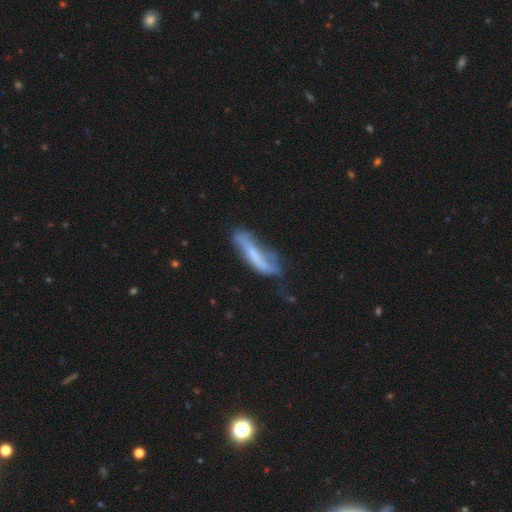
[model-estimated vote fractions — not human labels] Morphology: type=featured or disk (49%); merging=none (42%).